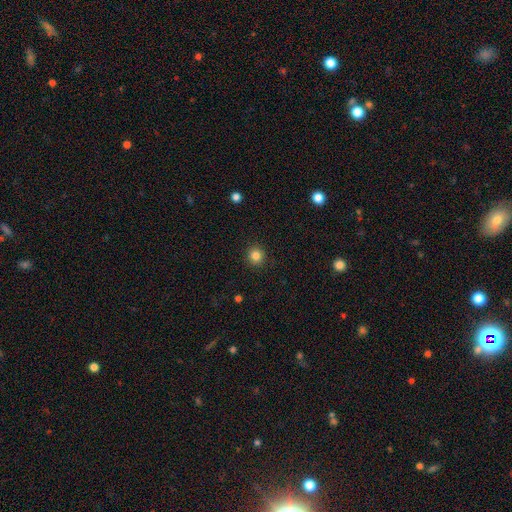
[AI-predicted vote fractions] The model was most divided on "smooth or featured": smooth: 84%, star or artifact: 11%, featured or disk: 4%. More confident: how rounded — round (93%); merging — none (92%).